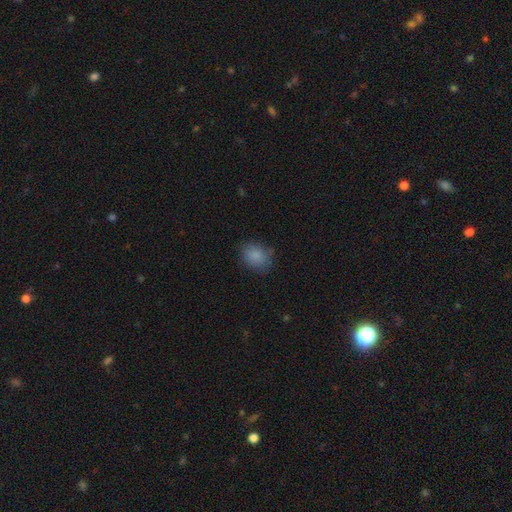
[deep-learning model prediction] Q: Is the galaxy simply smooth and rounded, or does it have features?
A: smooth — 86%.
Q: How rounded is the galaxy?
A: in between — 55%.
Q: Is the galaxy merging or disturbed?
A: none — 77%.